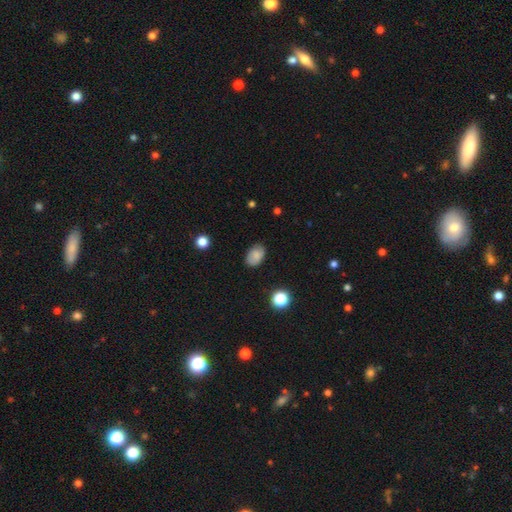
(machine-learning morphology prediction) Q: Smooth or featured?
A: smooth (77%); runner-up: featured or disk (13%)
Q: How rounded?
A: in between (84%); runner-up: round (15%)
Q: Merging?
A: none (78%); runner-up: minor disturbance (17%)